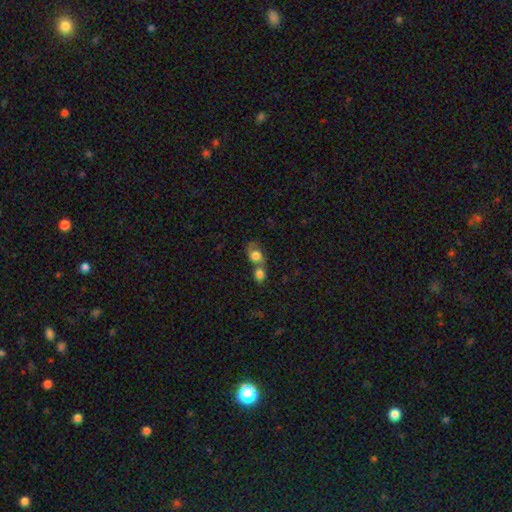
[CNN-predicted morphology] smooth 76%, featured or disk 15%, star or artifact 9%. Down the decision tree: how rounded — round (50%); merging — merger (67%).